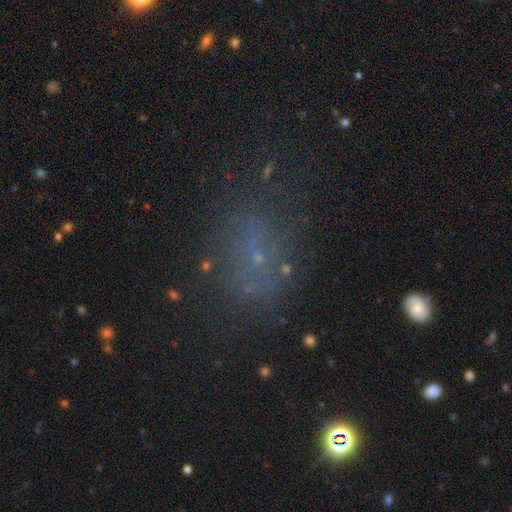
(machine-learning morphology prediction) Smooth or featured? Predicted: smooth (p=0.46). Merging? Predicted: none (p=0.66).